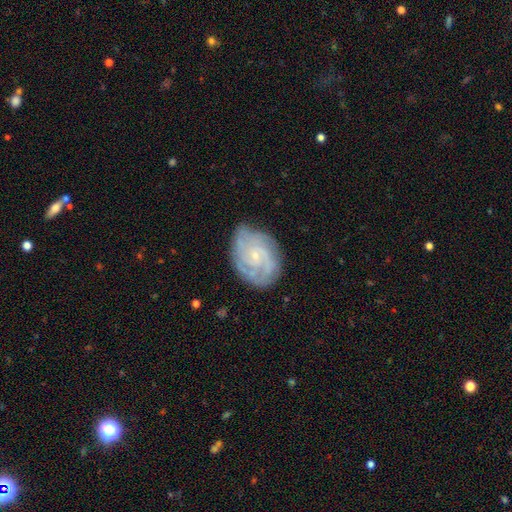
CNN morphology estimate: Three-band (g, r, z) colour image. It shows a featured or disk galaxy (81%) with no bar (72%), tight (64%) spiral arms (94%) and a small central bulge (80%). Merging: none (74%).